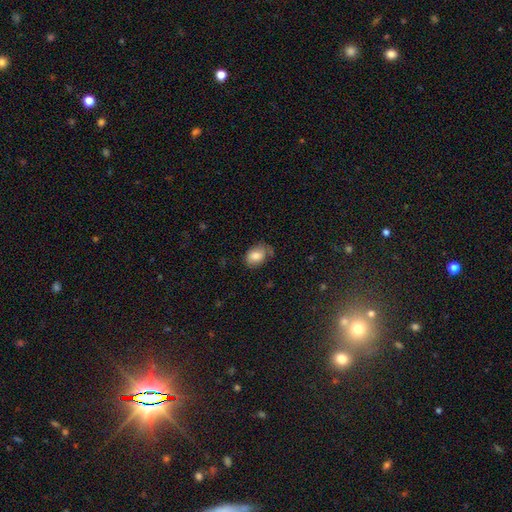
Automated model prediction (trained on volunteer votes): Smooth or featured: smooth — 81% (featured or disk — 11%)
How rounded: in between — 79% (round — 20%)
Merging: none — 60% (minor disturbance — 29%)